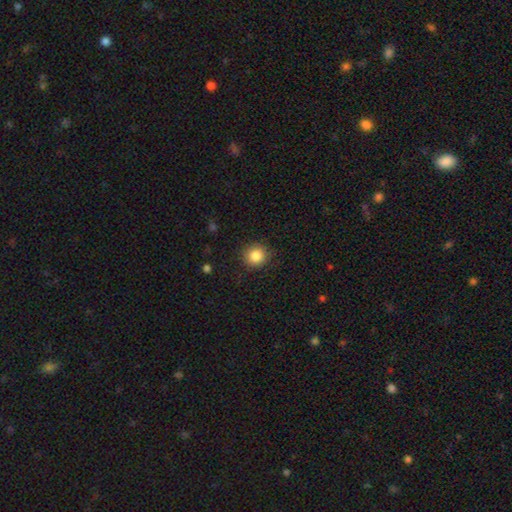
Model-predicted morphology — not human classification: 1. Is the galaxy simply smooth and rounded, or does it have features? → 86% smooth, 10% star or artifact, 4% featured or disk.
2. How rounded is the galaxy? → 91% round, 8% in between, 1% cigar-shaped.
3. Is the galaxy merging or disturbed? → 89% none, 8% minor disturbance, 2% major disturbance, 1% merger.